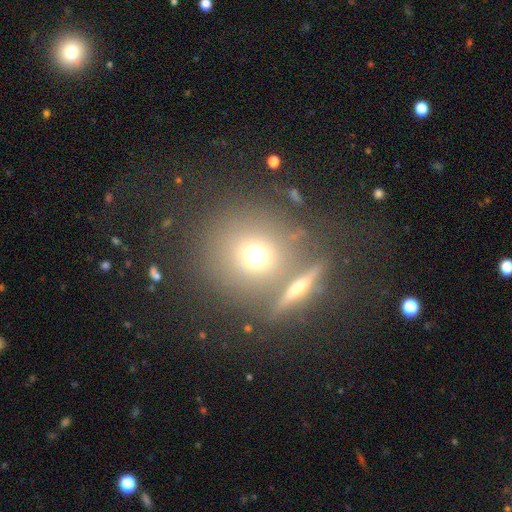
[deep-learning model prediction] This appears to be a smooth galaxy with no disk features (64%) that is round (89%). Merging: none (67%).